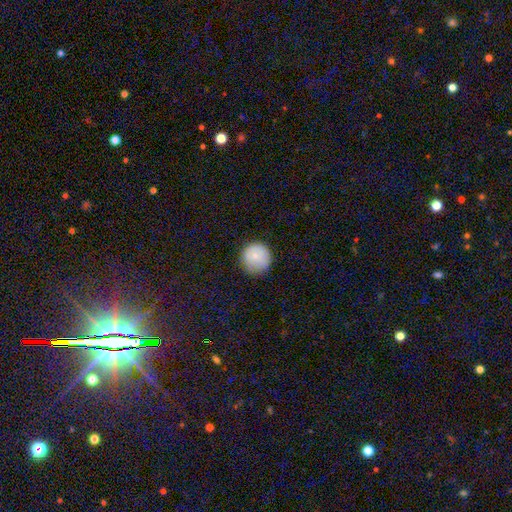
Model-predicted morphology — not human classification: A smooth galaxy with no disk features (77%) that is round (95%). Merging: none (80%).